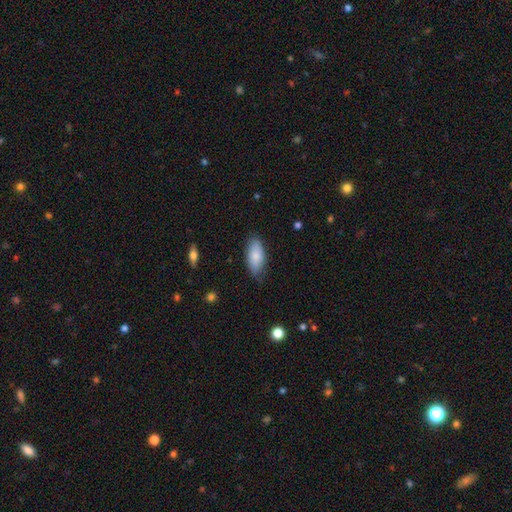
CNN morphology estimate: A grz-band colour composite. It shows a smooth galaxy with no disk features (83%) that is in between round and cigar-shaped (87%). Merging: none (78%).